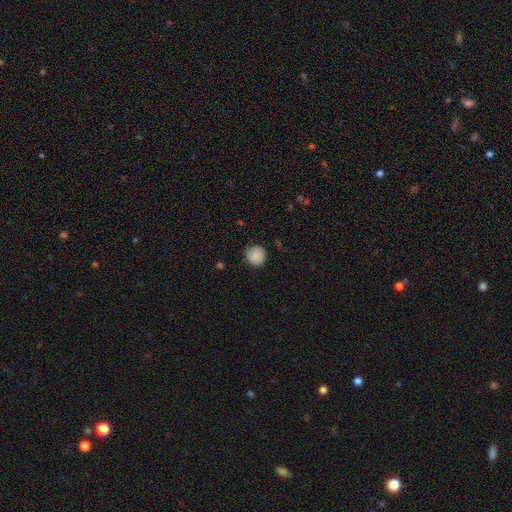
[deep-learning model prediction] smooth 87%, star or artifact 8%, featured or disk 5%. Down the decision tree: how rounded — round (93%); merging — none (84%).